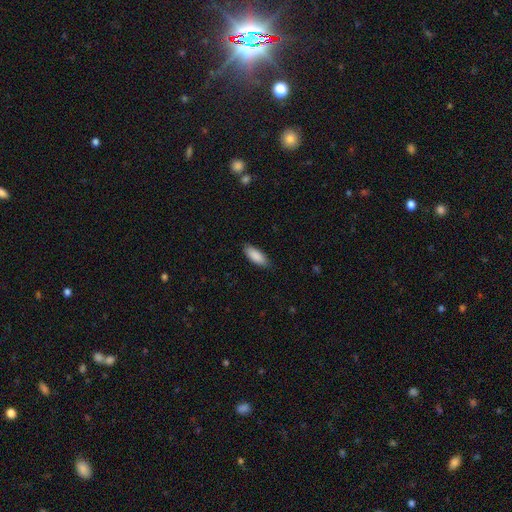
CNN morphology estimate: Q: Smooth or featured?
A: smooth (89%); runner-up: star or artifact (6%)
Q: How rounded?
A: in between (75%); runner-up: cigar-shaped (23%)
Q: Merging?
A: none (83%); runner-up: minor disturbance (14%)